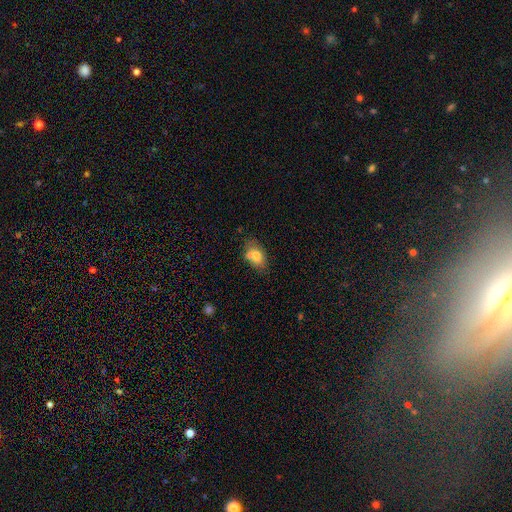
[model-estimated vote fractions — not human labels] smooth_or_featured: smooth (p=0.73) [alt: featured or disk p=0.17]
how_rounded: in between (p=0.79) [alt: round p=0.19]
merging: none (p=0.48) [alt: merger p=0.23]